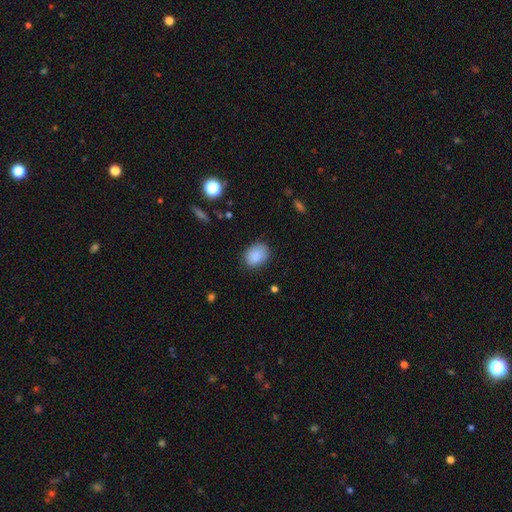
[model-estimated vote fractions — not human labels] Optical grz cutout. It shows a smooth galaxy with no disk features (87%) that is in between round and cigar-shaped (67%). Merging: none (78%).